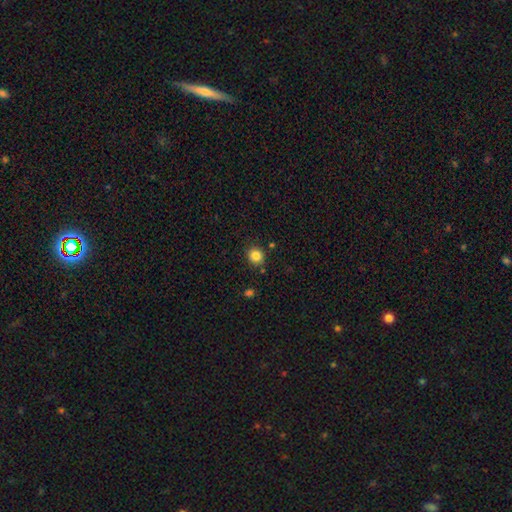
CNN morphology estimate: type=smooth (84%); roundness=round (87%); merging=none (87%).